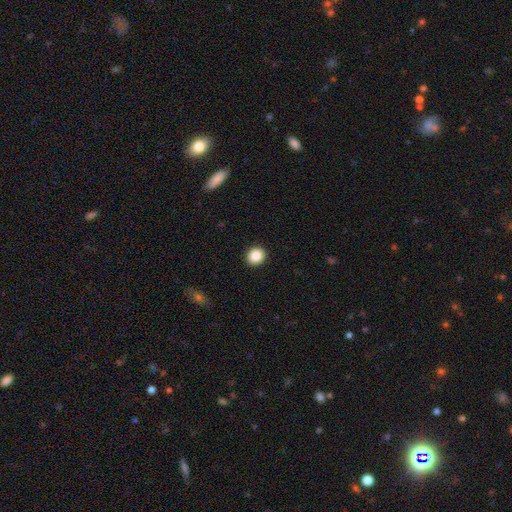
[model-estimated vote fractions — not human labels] smooth 87%, star or artifact 9%, featured or disk 4%. Down the decision tree: how rounded — round (82%); merging — none (92%).